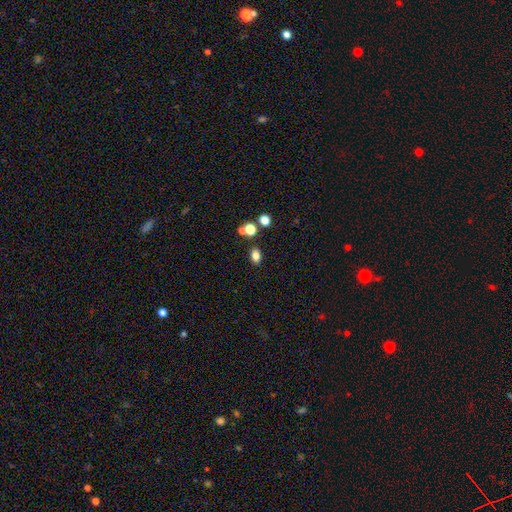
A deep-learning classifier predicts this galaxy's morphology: A smooth galaxy with no disk features (80%) that is in between round and cigar-shaped (76%).

Vote fractions:
- Smooth or featured? smooth: 80% / star or artifact: 14% / featured or disk: 6%
- How rounded? in between: 76% / round: 22% / cigar-shaped: 1%
- Merging? none: 79% / minor disturbance: 9% / merger: 9% / major disturbance: 3%